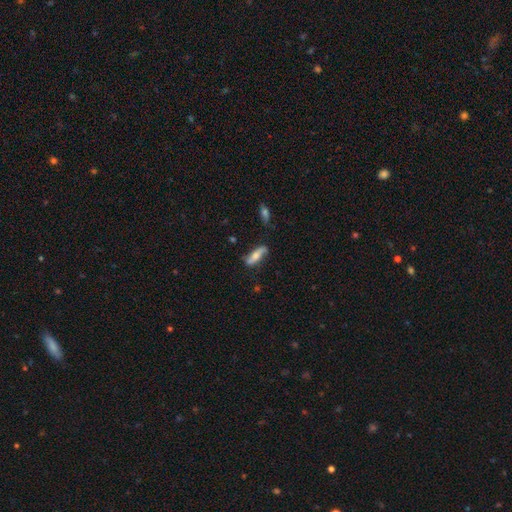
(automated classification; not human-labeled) smooth-or-featured: featured or disk: 54% | smooth: 39% | star or artifact: 7%
  disk-edge-on: no: 67% | yes: 33%
  merging: none: 71% | minor disturbance: 21% | major disturbance: 6% | merger: 3%